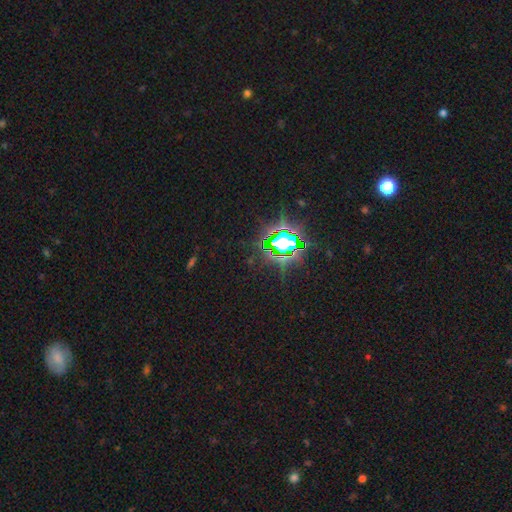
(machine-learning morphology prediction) This appears to be a star or artifact, not a galaxy (85%).